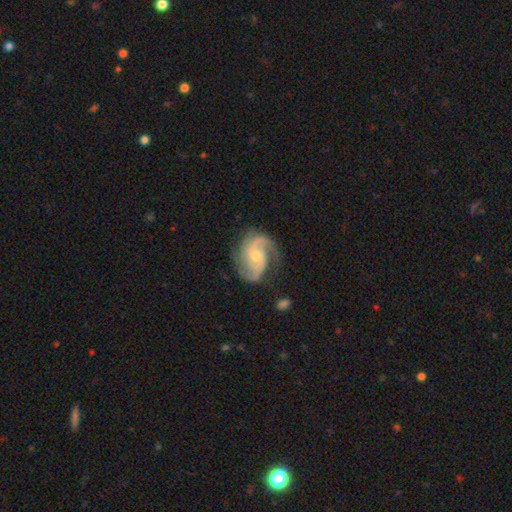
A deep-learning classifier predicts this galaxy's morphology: type=featured or disk (88%); edge-on=no (98%); bar=no (65%); spiral arms=yes (97%); winding=medium (52%); arm count=2 (73%); bulge=small (56%); merging=none (72%).